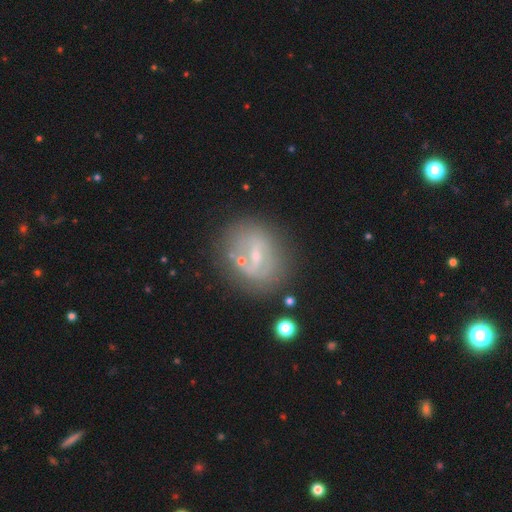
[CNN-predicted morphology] type=featured or disk (64%); edge-on=no (93%); bar=weak (42%); spiral arms=no (63%); bulge=small (66%); merging=none (68%).